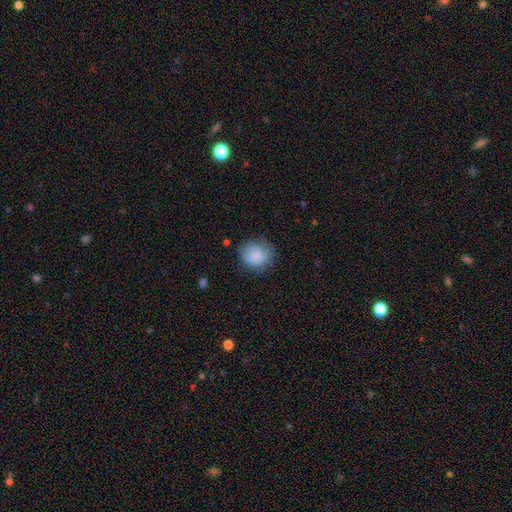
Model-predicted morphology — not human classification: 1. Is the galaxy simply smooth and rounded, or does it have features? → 85% smooth, 8% star or artifact, 7% featured or disk.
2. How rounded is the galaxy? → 81% round, 18% in between, 1% cigar-shaped.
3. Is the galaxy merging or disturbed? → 75% none, 18% minor disturbance, 5% major disturbance, 1% merger.